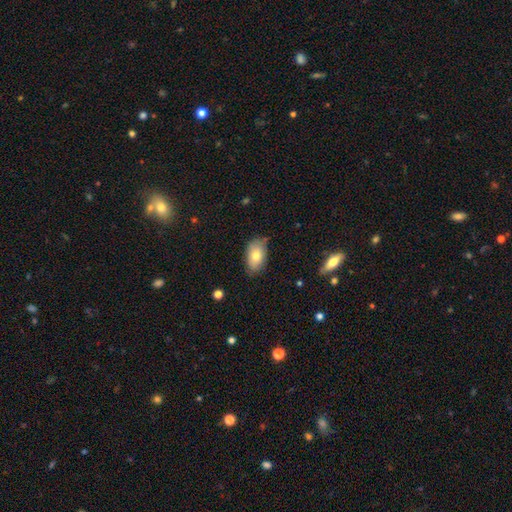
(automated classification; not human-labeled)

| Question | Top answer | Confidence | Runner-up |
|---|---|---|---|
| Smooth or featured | smooth | 77% | featured or disk (16%) |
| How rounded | in between | 91% | round (7%) |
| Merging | none | 73% | minor disturbance (22%) |